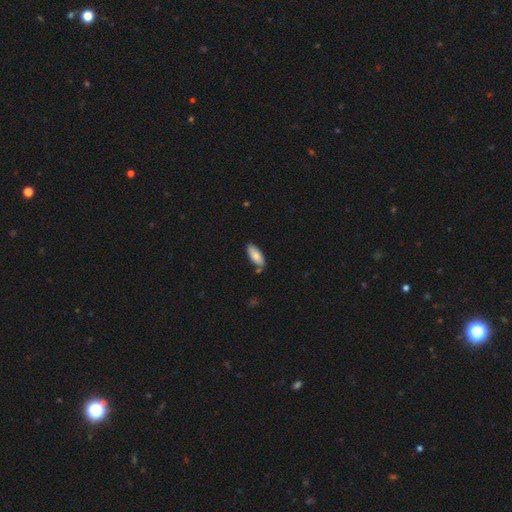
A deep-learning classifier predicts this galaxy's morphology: smooth 80%, featured or disk 14%, star or artifact 6%. Down the decision tree: how rounded — in between (79%); merging — none (77%).